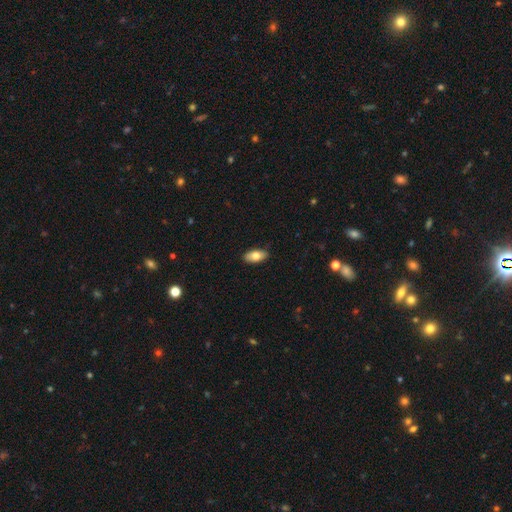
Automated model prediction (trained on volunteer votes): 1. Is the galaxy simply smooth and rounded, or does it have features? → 77% smooth, 17% featured or disk, 7% star or artifact.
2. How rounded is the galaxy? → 91% in between, 5% cigar-shaped, 3% round.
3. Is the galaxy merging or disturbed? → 88% none, 10% minor disturbance, 2% major disturbance, 1% merger.